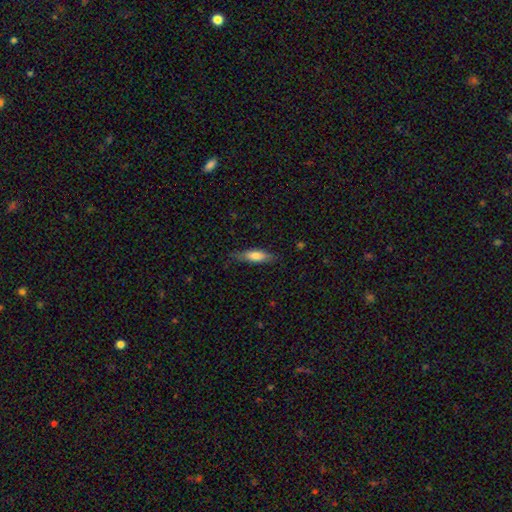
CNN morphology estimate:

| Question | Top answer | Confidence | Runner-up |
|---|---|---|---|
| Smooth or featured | smooth | 70% | featured or disk (24%) |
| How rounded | cigar-shaped | 52% | in between (46%) |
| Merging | none | 73% | minor disturbance (21%) |